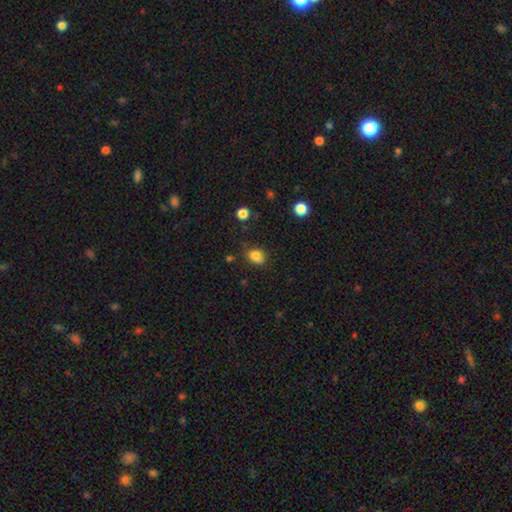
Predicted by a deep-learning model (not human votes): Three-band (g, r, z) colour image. It shows a smooth galaxy with no disk features (83%) that is in between round and cigar-shaped (57%). Merging: none (70%).